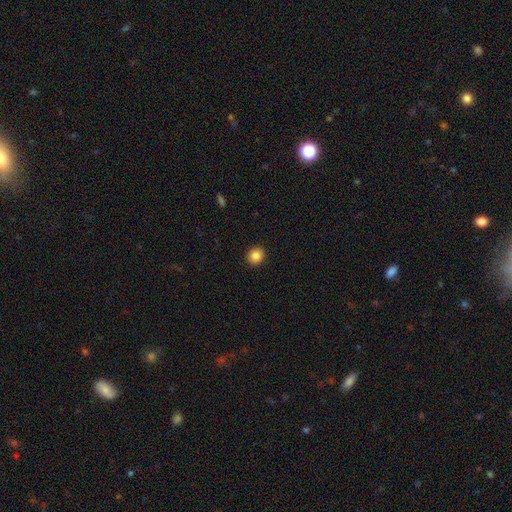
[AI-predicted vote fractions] This appears to be a smooth galaxy with no disk features (85%) that is round (82%). Merging: none (93%).